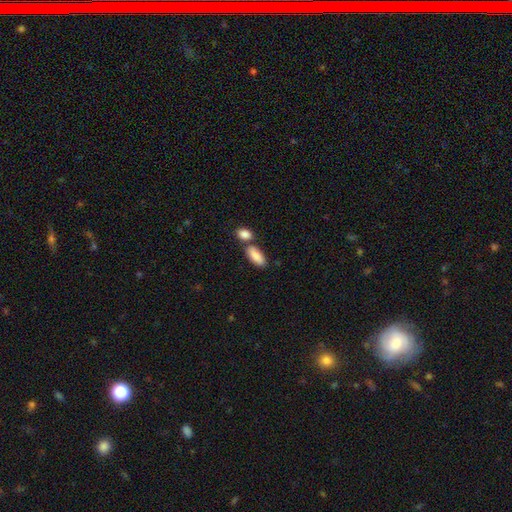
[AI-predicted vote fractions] Smooth or featured: smooth — 88% (featured or disk — 7%)
How rounded: in between — 85% (cigar-shaped — 12%)
Merging: none — 53% (merger — 33%)